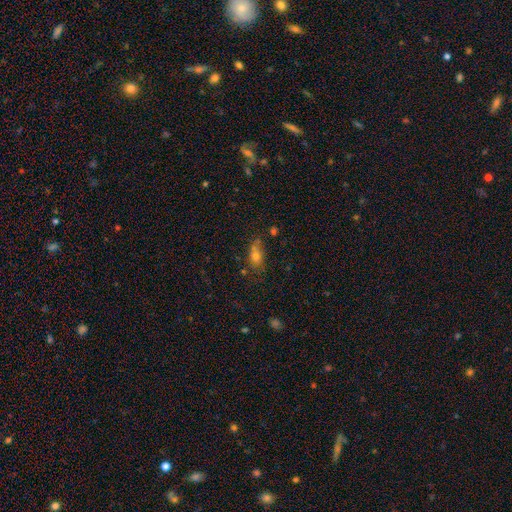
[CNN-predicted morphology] Overall: smooth (67%). How rounded: in between (65%; round 26%). Merging: none (57%; minor disturbance 21%).